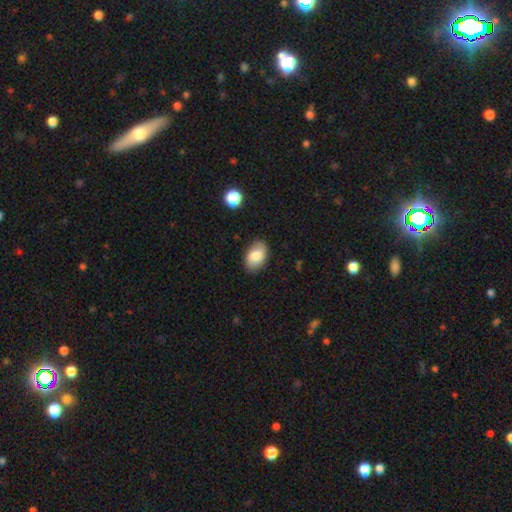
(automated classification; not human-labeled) Overall: smooth (75%). How rounded: in between (90%). Merging: none (83%).